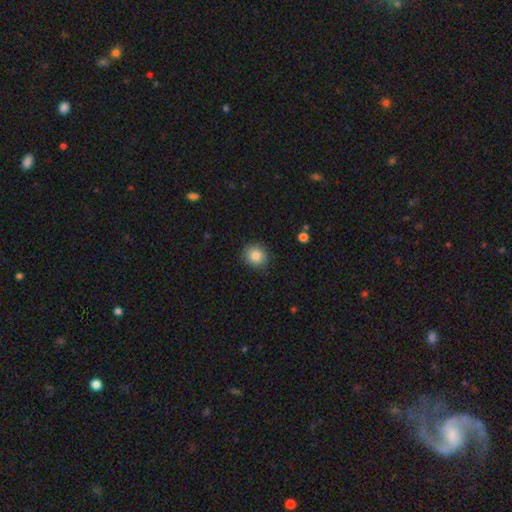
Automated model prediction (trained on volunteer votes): Q: Smooth or featured?
A: smooth (84%); runner-up: star or artifact (9%)
Q: How rounded?
A: round (85%); runner-up: in between (14%)
Q: Merging?
A: none (87%); runner-up: minor disturbance (10%)